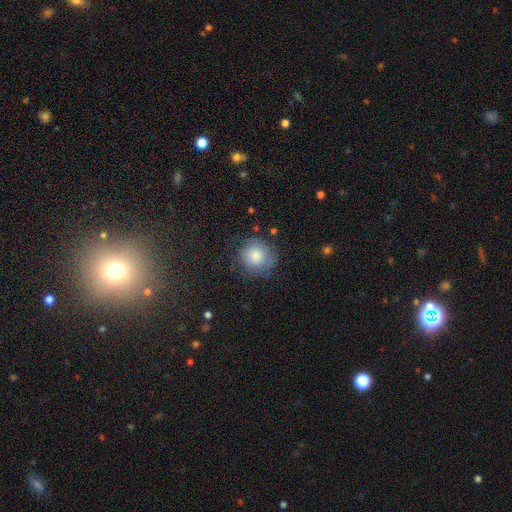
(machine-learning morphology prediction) Smooth or featured?
  - smooth: 76% *
  - featured or disk: 15%
  - star or artifact: 9%
How rounded?
  - round: 90% *
  - in between: 9%
  - cigar-shaped: 1%
Merging?
  - none: 73% *
  - minor disturbance: 18%
  - major disturbance: 8%
  - merger: 2%